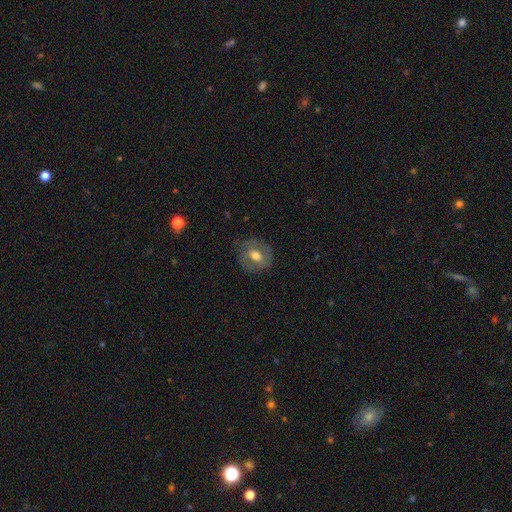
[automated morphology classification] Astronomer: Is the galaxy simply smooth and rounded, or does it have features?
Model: smooth — 47% (runner-up: featured or disk, 46%).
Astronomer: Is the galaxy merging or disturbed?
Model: none — 75%.